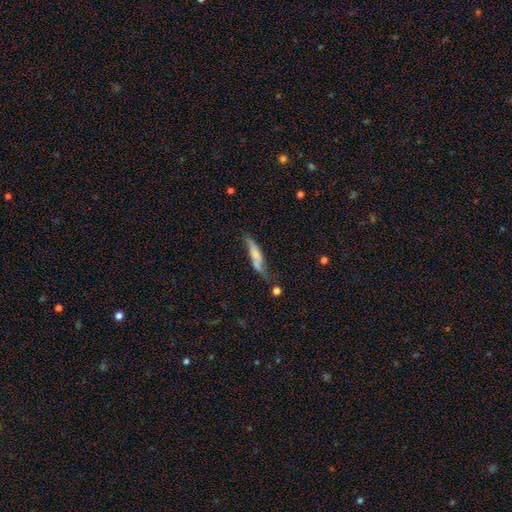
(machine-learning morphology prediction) Overall: featured or disk (47%; smooth 46%). Merging: none (43%; minor disturbance 30%).